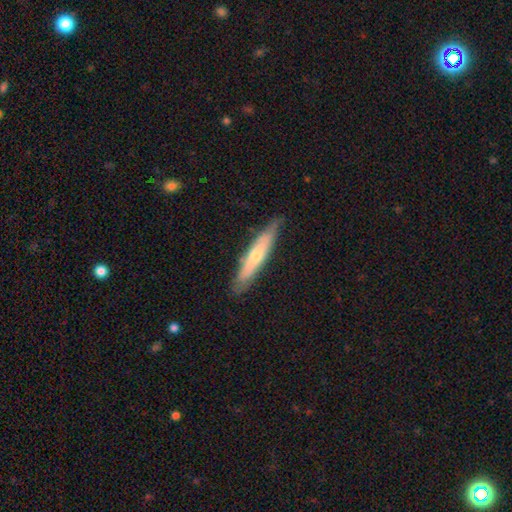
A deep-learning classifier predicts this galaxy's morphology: smooth-or-featured: smooth: 49% | featured or disk: 46% | star or artifact: 5%
  merging: none: 80% | minor disturbance: 16% | major disturbance: 3% | merger: 1%